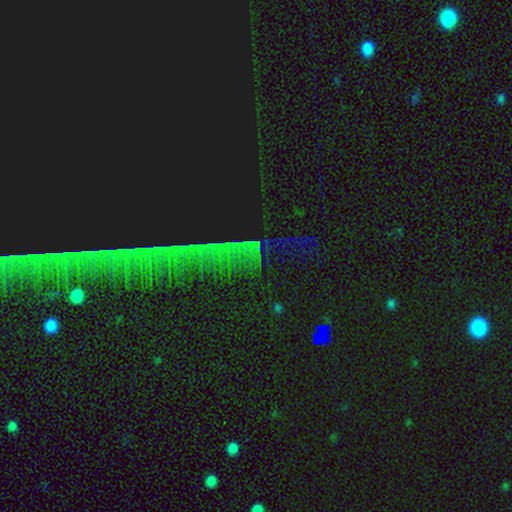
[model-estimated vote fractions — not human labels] Smooth or featured?
  - star or artifact: 77% *
  - smooth: 12%
  - featured or disk: 11%